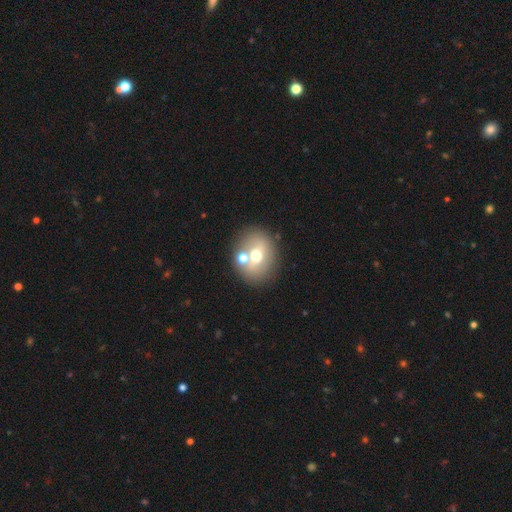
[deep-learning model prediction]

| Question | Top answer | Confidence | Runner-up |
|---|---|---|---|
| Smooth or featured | smooth | 54% | featured or disk (34%) |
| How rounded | round | 63% | in between (35%) |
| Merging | none | 69% | merger (16%) |